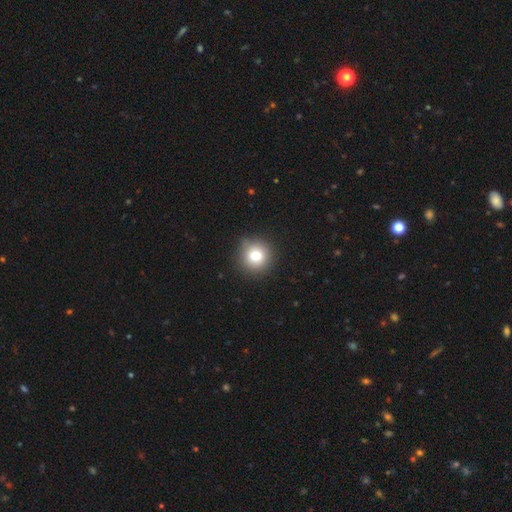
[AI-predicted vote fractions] Q: Smooth or featured?
A: smooth (77%); runner-up: star or artifact (12%)
Q: How rounded?
A: round (94%); runner-up: in between (5%)
Q: Merging?
A: none (87%); runner-up: minor disturbance (9%)